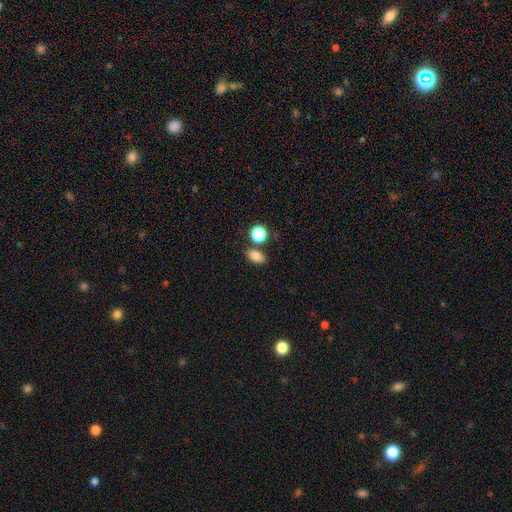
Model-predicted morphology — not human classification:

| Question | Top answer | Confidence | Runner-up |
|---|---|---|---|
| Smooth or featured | smooth | 83% | star or artifact (11%) |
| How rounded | in between | 82% | round (16%) |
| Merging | none | 75% | minor disturbance (11%) |